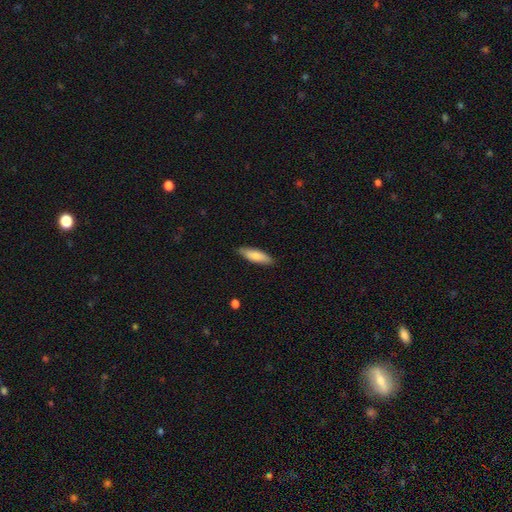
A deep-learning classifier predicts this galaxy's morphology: The model was most divided on "how rounded": cigar-shaped: 50%, in between: 49%, round: 2%. More confident: merging — none (85%); smooth or featured — smooth (80%).